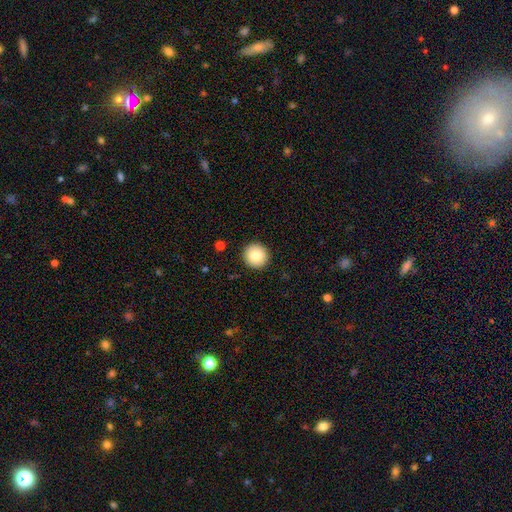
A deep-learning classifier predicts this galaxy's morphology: A smooth galaxy with no disk features (83%) that is round (95%).

Vote fractions:
- Smooth or featured? smooth: 83% / featured or disk: 8% / star or artifact: 8%
- How rounded? round: 95% / in between: 4% / cigar-shaped: 1%
- Merging? none: 92% / minor disturbance: 5% / major disturbance: 2% / merger: 1%